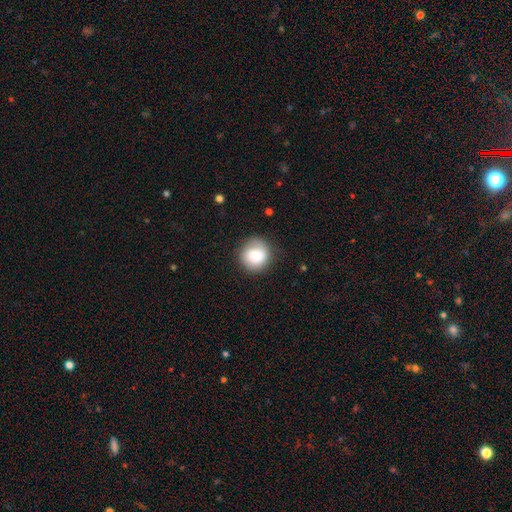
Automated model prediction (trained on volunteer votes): smooth_or_featured: smooth (p=0.80) [alt: featured or disk p=0.12]
how_rounded: round (p=0.89) [alt: in between p=0.10]
merging: none (p=0.77) [alt: minor disturbance p=0.16]